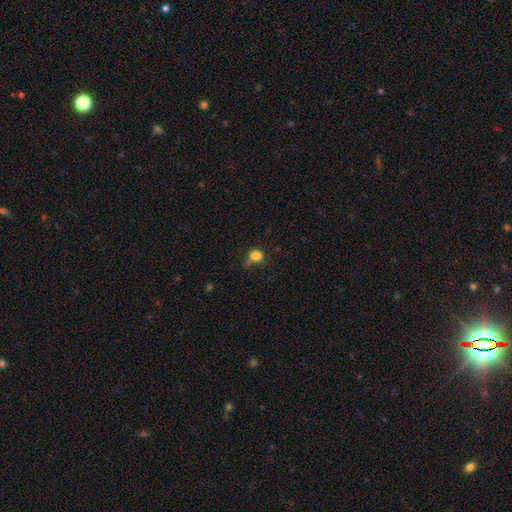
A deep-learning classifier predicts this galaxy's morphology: A smooth galaxy with no disk features (79%) that is in between round and cigar-shaped (50%).

Vote fractions:
- Smooth or featured? smooth: 79% / star or artifact: 13% / featured or disk: 7%
- How rounded? in between: 50% / round: 49% / cigar-shaped: 1%
- Merging? none: 43% / minor disturbance: 29% / major disturbance: 19% / merger: 9%